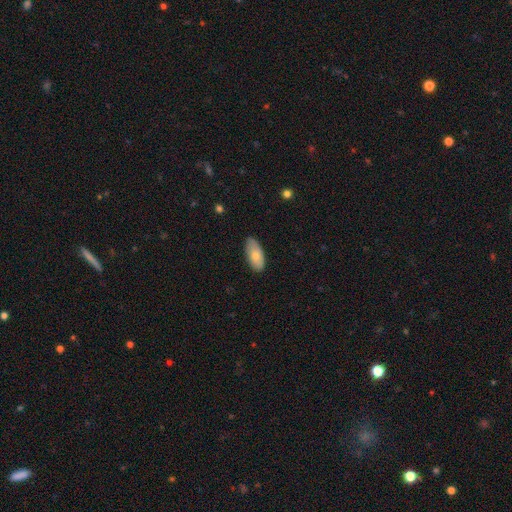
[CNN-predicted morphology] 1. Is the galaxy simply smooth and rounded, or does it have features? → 75% smooth, 19% featured or disk, 6% star or artifact.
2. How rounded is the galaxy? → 91% in between, 7% cigar-shaped, 2% round.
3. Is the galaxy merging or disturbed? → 83% none, 14% minor disturbance, 2% major disturbance, 1% merger.